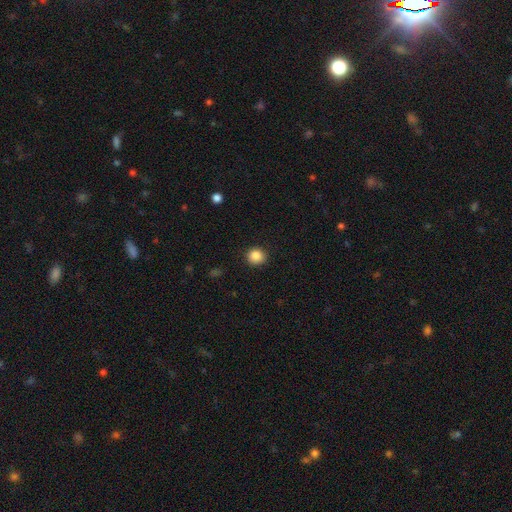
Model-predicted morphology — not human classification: type=smooth (86%); roundness=round (88%); merging=none (90%).